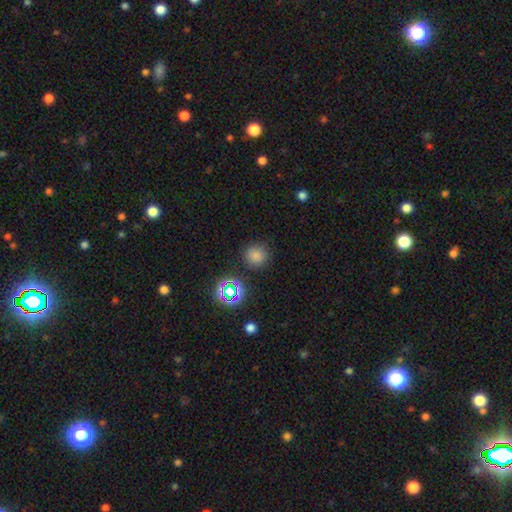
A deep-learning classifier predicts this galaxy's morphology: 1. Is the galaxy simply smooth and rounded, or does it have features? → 75% smooth, 19% star or artifact, 6% featured or disk.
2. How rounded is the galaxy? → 92% round, 7% in between, 1% cigar-shaped.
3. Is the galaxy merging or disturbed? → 85% none, 9% minor disturbance, 3% major disturbance, 2% merger.